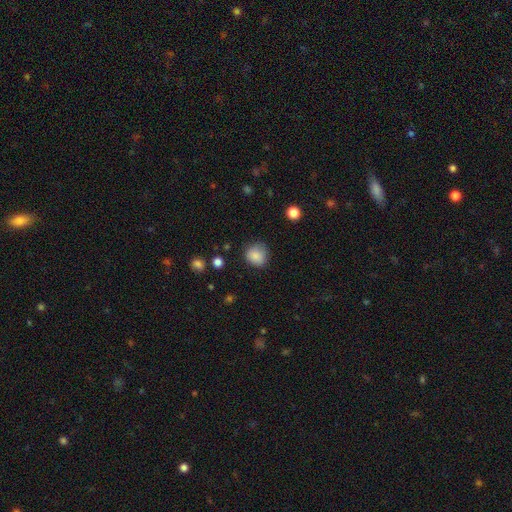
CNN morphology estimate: smooth_or_featured: smooth (p=0.85) [alt: star or artifact p=0.10]
how_rounded: round (p=0.83) [alt: in between p=0.16]
merging: none (p=0.76) [alt: minor disturbance p=0.18]